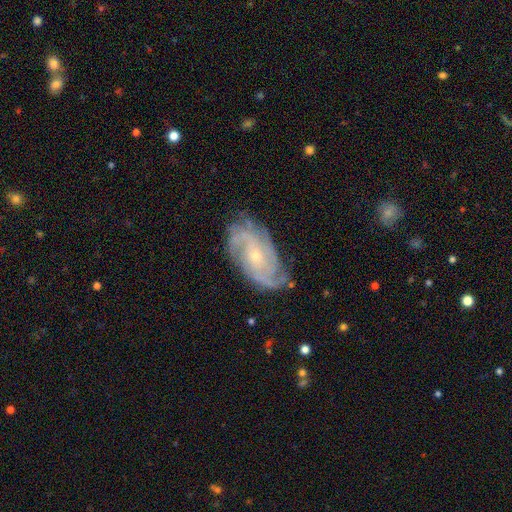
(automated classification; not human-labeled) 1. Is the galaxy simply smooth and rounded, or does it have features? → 87% featured or disk, 7% smooth, 6% star or artifact.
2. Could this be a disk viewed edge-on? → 96% no, 4% yes.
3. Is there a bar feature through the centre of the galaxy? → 70% no, 24% weak, 6% strong.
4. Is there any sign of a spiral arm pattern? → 97% yes, 3% no.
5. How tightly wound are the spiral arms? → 59% tight, 33% medium, 8% loose.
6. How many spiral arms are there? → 26% 3, 22% can't tell, 20% 2, 19% 4, 7% more than 4, 6% 1.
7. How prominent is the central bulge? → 73% small, 24% moderate, 1% none, 1% large, 1% dominant.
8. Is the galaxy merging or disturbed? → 75% none, 18% minor disturbance, 5% major disturbance, 1% merger.